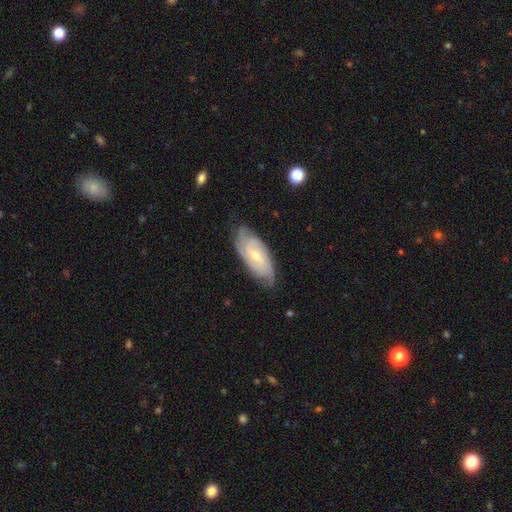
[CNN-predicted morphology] A featured or disk galaxy (78%) with no bar (55%), tight (64%) spiral arms (94%) and a small central bulge (56%). Merging: none (75%).